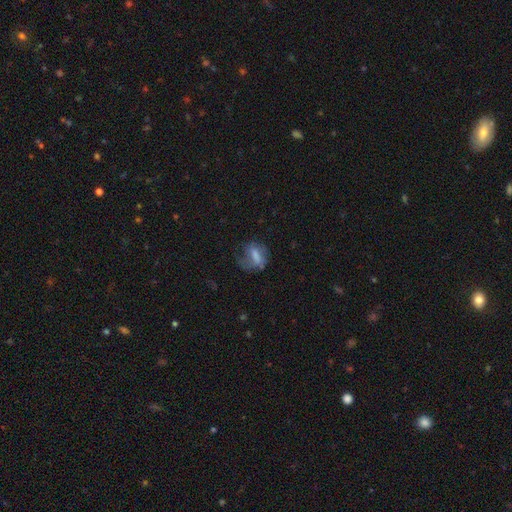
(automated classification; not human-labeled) Morphology: type=smooth (54%); roundness=in between (63%); merging=none (41%).